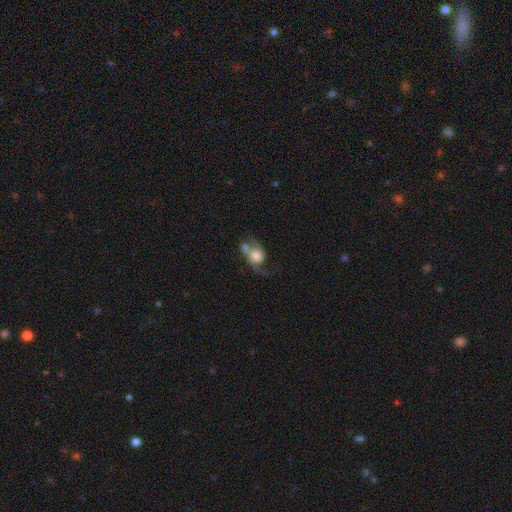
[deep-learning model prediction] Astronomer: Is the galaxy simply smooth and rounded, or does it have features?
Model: featured or disk — 48% (runner-up: smooth, 43%).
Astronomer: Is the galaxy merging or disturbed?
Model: merger — 40% (runner-up: none, 23%).